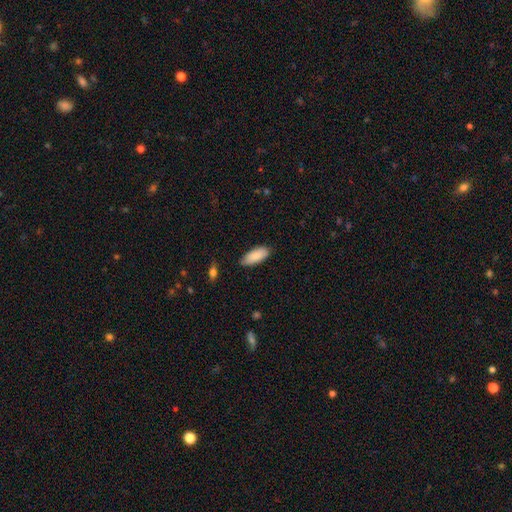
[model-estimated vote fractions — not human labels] Smooth or featured? Predicted: smooth (p=0.88). How rounded? Predicted: in between (p=0.84). Merging? Predicted: none (p=0.83).